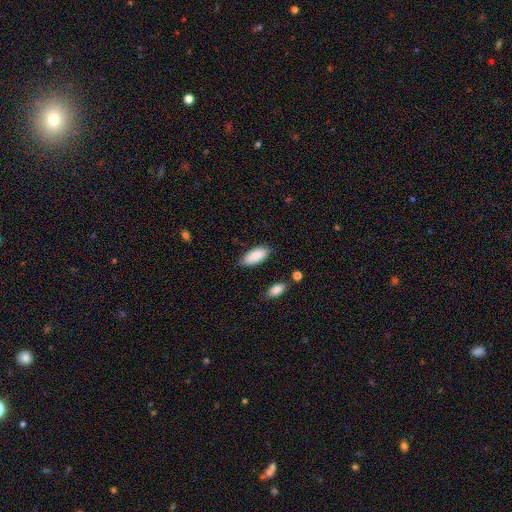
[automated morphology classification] smooth 90%, star or artifact 6%, featured or disk 5%. Down the decision tree: how rounded — in between (87%); merging — none (84%).